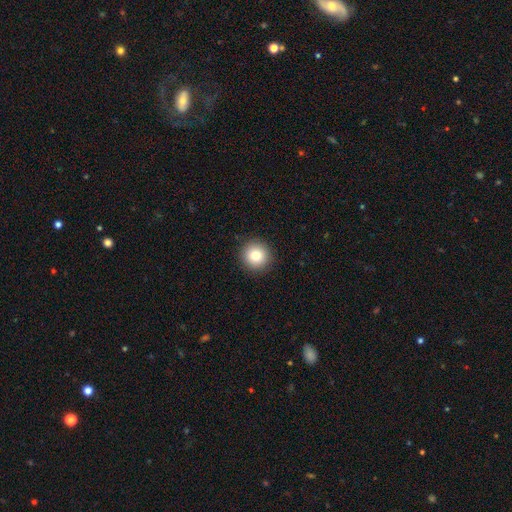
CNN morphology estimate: Smooth or featured? Predicted: smooth (p=0.81). How rounded? Predicted: round (p=0.95). Merging? Predicted: none (p=0.92).